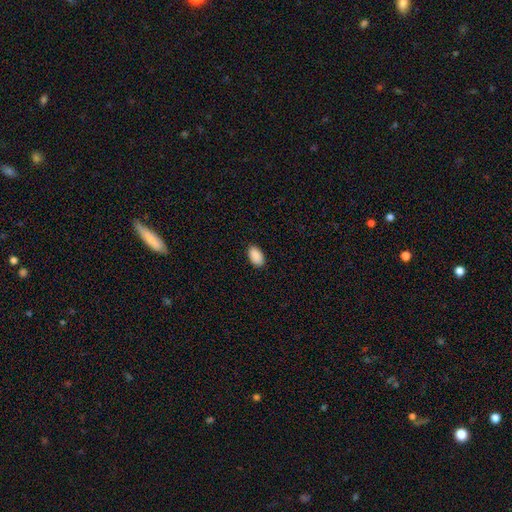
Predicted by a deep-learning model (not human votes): A smooth galaxy with no disk features (91%) that is in between round and cigar-shaped (95%). Merging: none (89%).